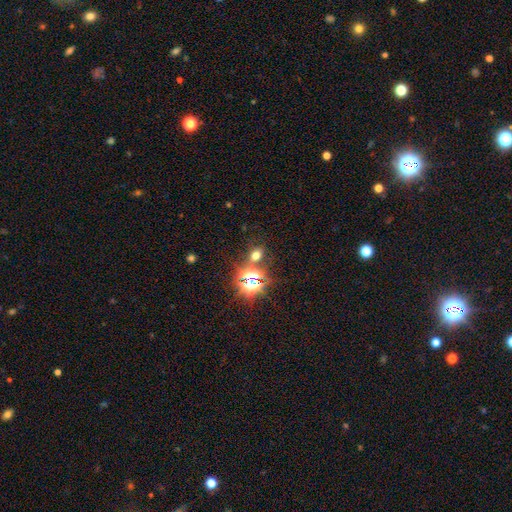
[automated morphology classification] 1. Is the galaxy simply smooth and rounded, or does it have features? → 51% smooth, 40% star or artifact, 9% featured or disk.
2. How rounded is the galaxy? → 60% in between, 38% round, 2% cigar-shaped.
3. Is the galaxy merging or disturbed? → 75% none, 11% merger, 9% minor disturbance, 4% major disturbance.